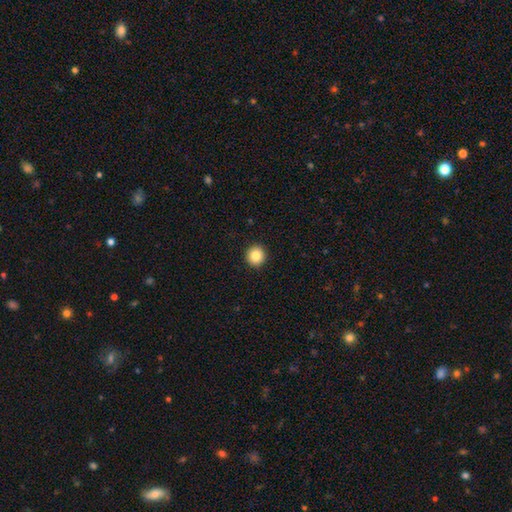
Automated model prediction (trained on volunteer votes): Smooth or featured: smooth — 85% (star or artifact — 9%)
How rounded: round — 92% (in between — 7%)
Merging: none — 93% (minor disturbance — 4%)